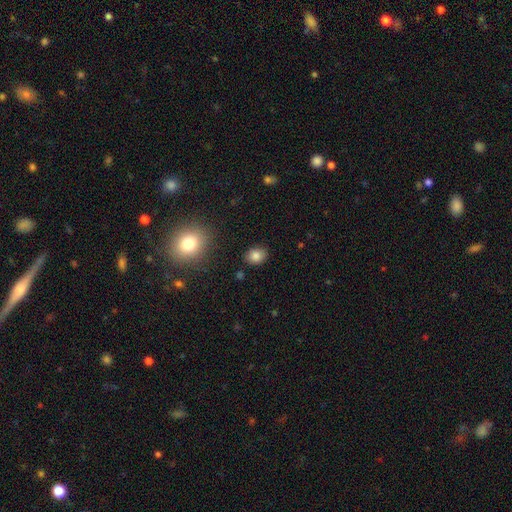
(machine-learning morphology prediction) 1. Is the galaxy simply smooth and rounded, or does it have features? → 83% smooth, 10% star or artifact, 6% featured or disk.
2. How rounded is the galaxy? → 56% in between, 43% round, 1% cigar-shaped.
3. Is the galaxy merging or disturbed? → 87% none, 9% minor disturbance, 2% major disturbance, 2% merger.